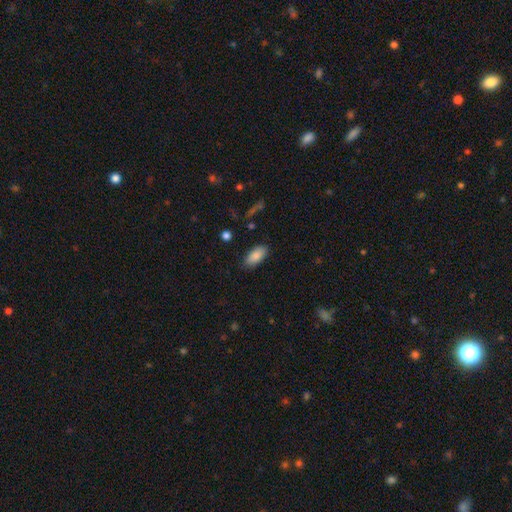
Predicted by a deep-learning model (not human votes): A smooth galaxy with no disk features (87%) that is in between round and cigar-shaped (91%). Merging: none (87%).